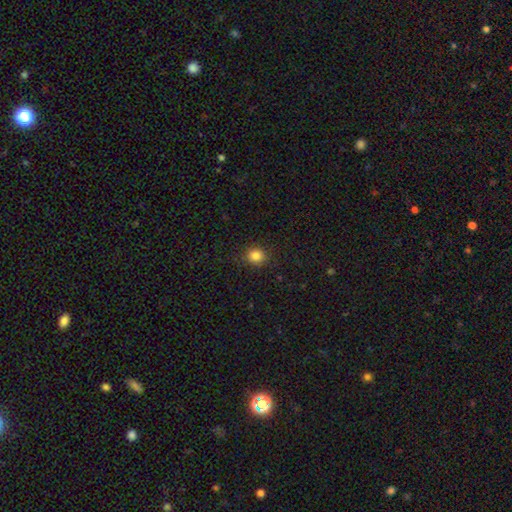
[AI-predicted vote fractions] This appears to be a smooth galaxy with no disk features (84%) that is round (83%). Merging: none (89%).